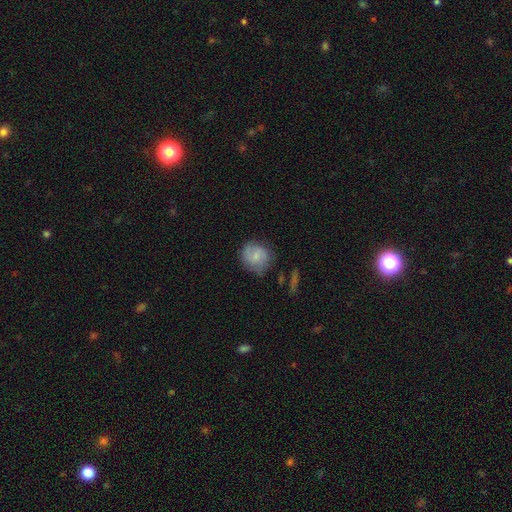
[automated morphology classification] This appears to be a smooth galaxy with no disk features (58%) that is round (77%). Merging: none (66%).